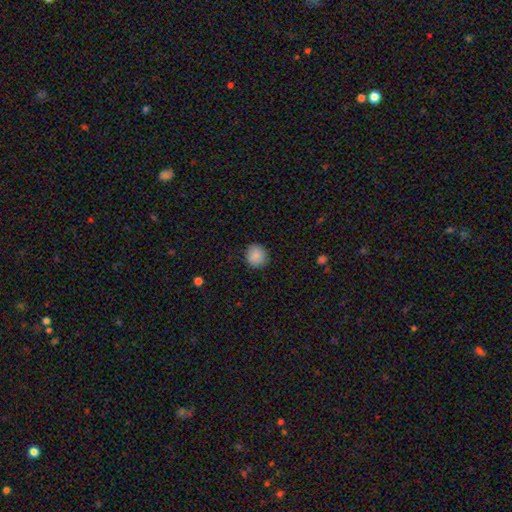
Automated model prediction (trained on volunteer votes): Overall: smooth (88%). How rounded: round (90%). Merging: none (90%).